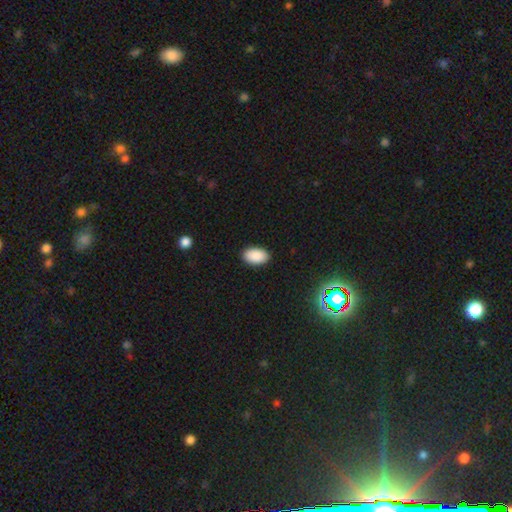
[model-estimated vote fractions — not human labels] Q: Smooth or featured?
A: smooth (89%); runner-up: star or artifact (8%)
Q: How rounded?
A: in between (95%); runner-up: round (4%)
Q: Merging?
A: none (89%); runner-up: minor disturbance (8%)